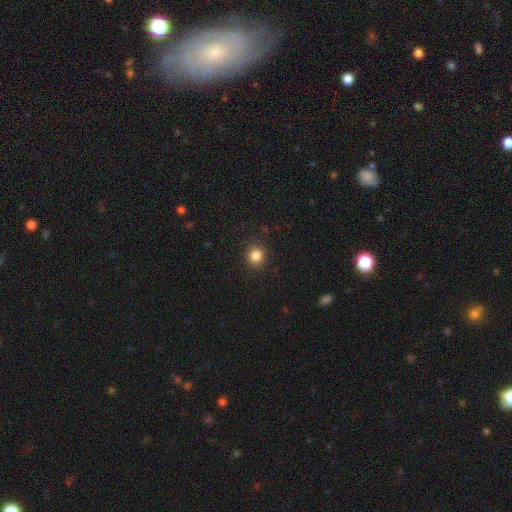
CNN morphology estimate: Q: Smooth or featured?
A: smooth (85%); runner-up: star or artifact (11%)
Q: How rounded?
A: round (84%); runner-up: in between (15%)
Q: Merging?
A: none (89%); runner-up: minor disturbance (7%)